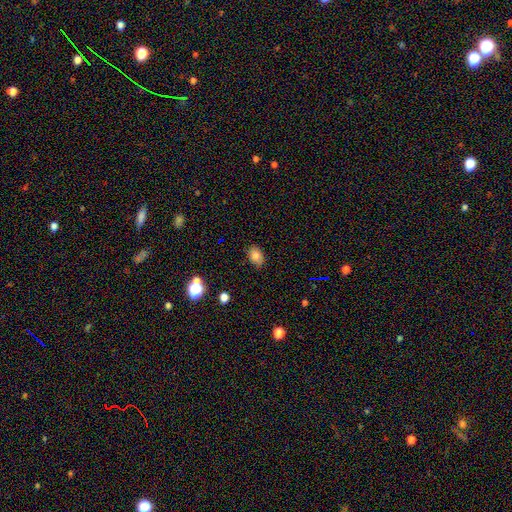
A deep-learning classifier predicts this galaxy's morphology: Smooth or featured?
  - smooth: 79% *
  - star or artifact: 12%
  - featured or disk: 9%
How rounded?
  - in between: 77% *
  - round: 22%
  - cigar-shaped: 1%
Merging?
  - none: 85% *
  - minor disturbance: 11%
  - major disturbance: 2%
  - merger: 1%